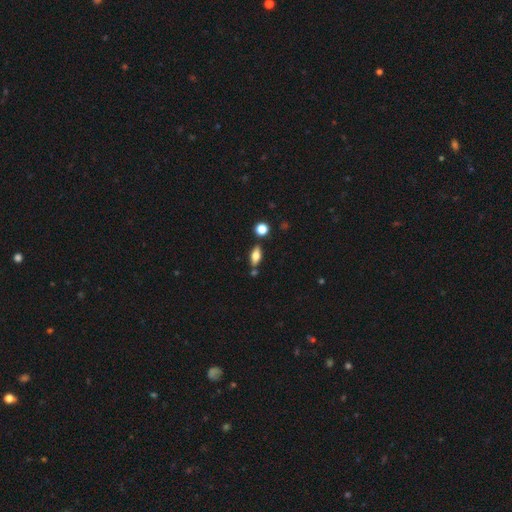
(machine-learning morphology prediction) Smooth or featured?
  - smooth: 66% *
  - featured or disk: 25%
  - star or artifact: 9%
How rounded?
  - in between: 80% *
  - cigar-shaped: 14%
  - round: 5%
Merging?
  - none: 76% *
  - minor disturbance: 12%
  - merger: 8%
  - major disturbance: 3%